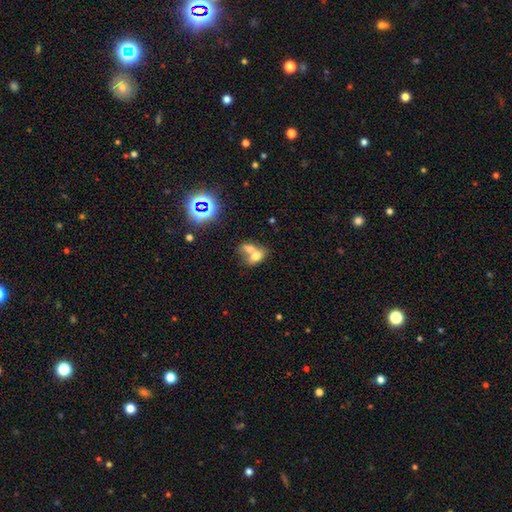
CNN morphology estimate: Overall: smooth (67%). How rounded: in between (78%). Merging: merger (68%).